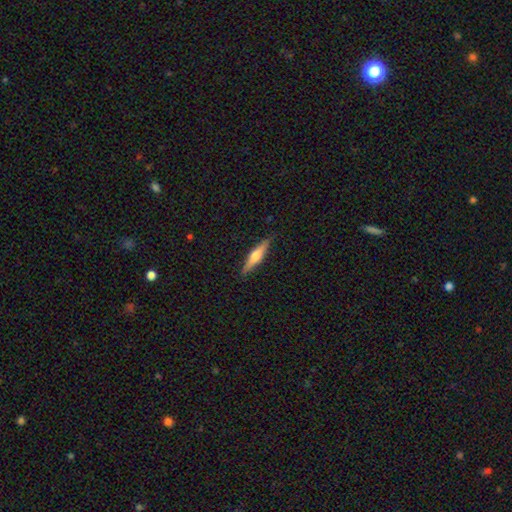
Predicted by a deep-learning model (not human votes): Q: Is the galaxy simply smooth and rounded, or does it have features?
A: featured or disk — 57%.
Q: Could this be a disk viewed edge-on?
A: yes — 96%.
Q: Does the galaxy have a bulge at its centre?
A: rounded — 88%.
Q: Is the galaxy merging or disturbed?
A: none — 89%.